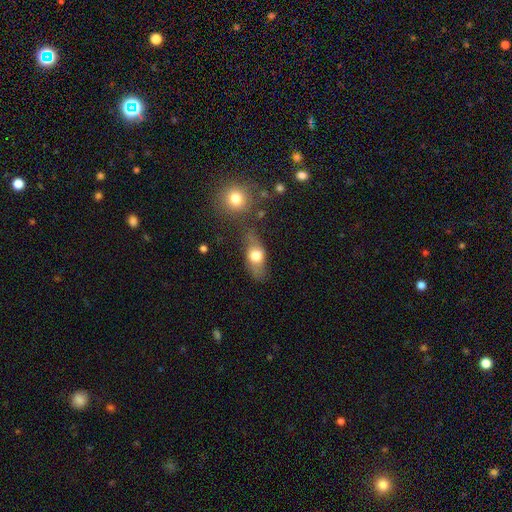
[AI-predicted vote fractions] smooth-or-featured: smooth: 62% | featured or disk: 29% | star or artifact: 9%
  how-rounded: in between: 69% | round: 17% | cigar-shaped: 14%
  merging: none: 59% | minor disturbance: 21% | merger: 10% | major disturbance: 10%